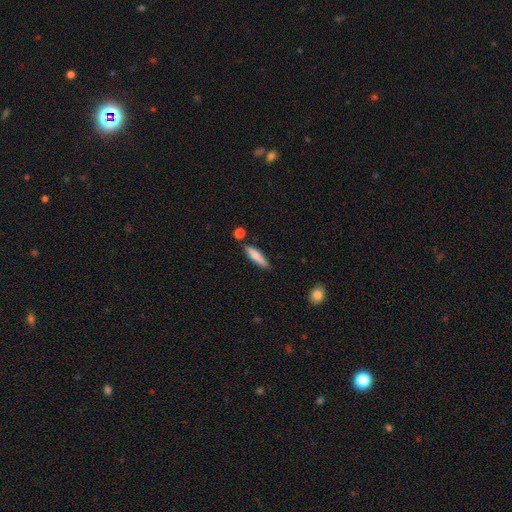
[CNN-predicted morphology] Smooth or featured?
  - smooth: 83% *
  - featured or disk: 11%
  - star or artifact: 6%
How rounded?
  - cigar-shaped: 75% *
  - in between: 24%
  - round: 2%
Merging?
  - none: 78% *
  - minor disturbance: 14%
  - merger: 5%
  - major disturbance: 3%